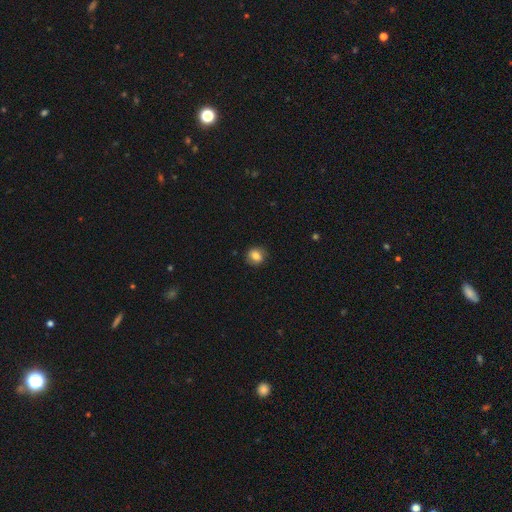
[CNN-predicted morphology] This appears to be a smooth galaxy with no disk features (80%) that is round (70%). Merging: none (85%).